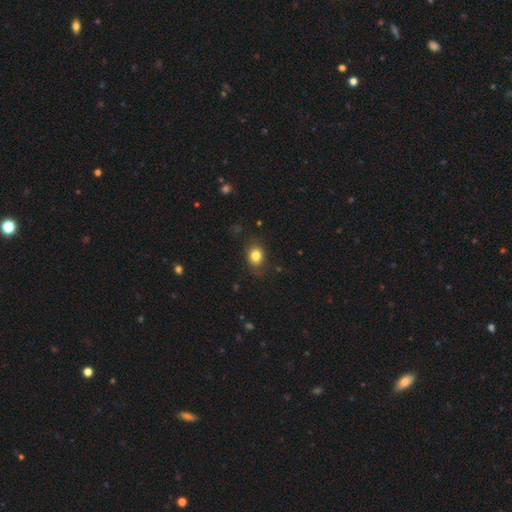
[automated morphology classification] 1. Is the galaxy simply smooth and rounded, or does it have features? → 82% smooth, 10% star or artifact, 8% featured or disk.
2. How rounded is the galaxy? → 50% round, 49% in between, 1% cigar-shaped.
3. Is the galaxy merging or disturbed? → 79% none, 15% minor disturbance, 4% major disturbance, 1% merger.